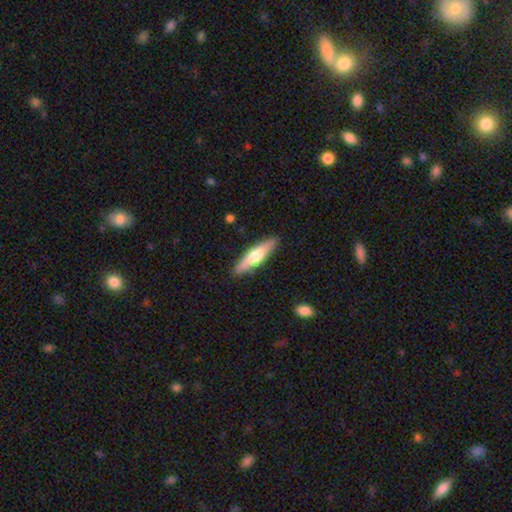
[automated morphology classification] Smooth or featured? smooth (48%)
Merging? none (89%)